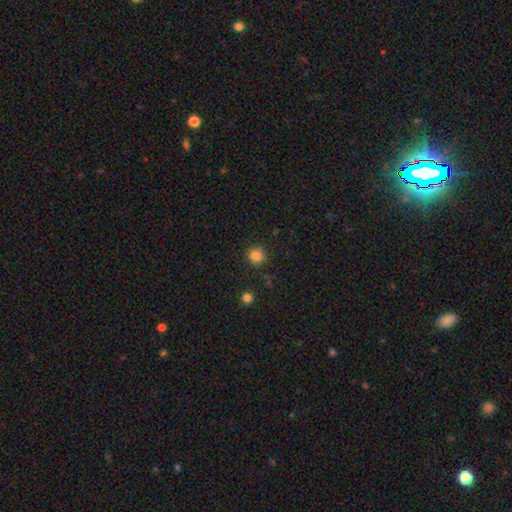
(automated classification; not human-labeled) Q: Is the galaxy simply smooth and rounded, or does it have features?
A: smooth — 84%.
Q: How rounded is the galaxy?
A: round — 91%.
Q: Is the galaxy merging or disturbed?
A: none — 87%.